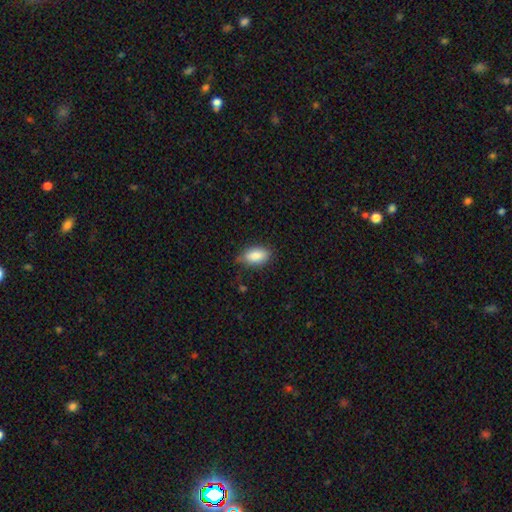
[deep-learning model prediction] Smooth or featured? smooth (87%)
How rounded? in between (91%)
Merging? none (73%)